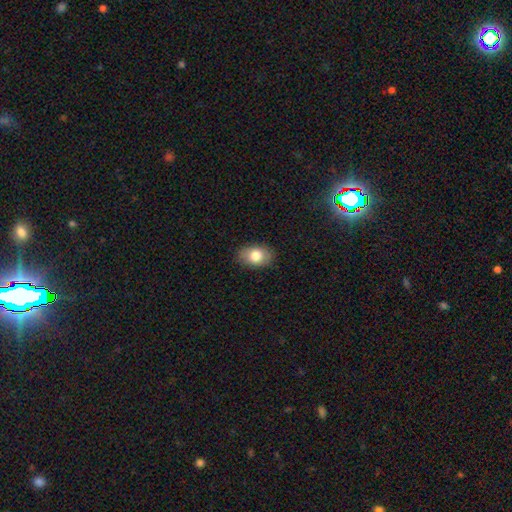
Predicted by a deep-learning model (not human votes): Overall: smooth (80%). How rounded: in between (85%). Merging: none (86%).